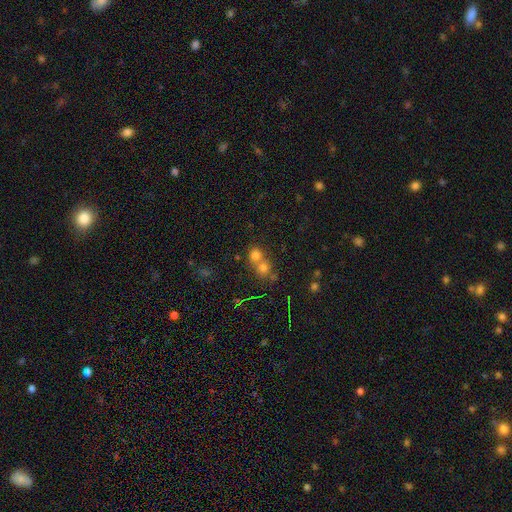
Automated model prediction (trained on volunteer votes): Overall: smooth (71%). How rounded: round (84%). Merging: merger (54%; none 39%).